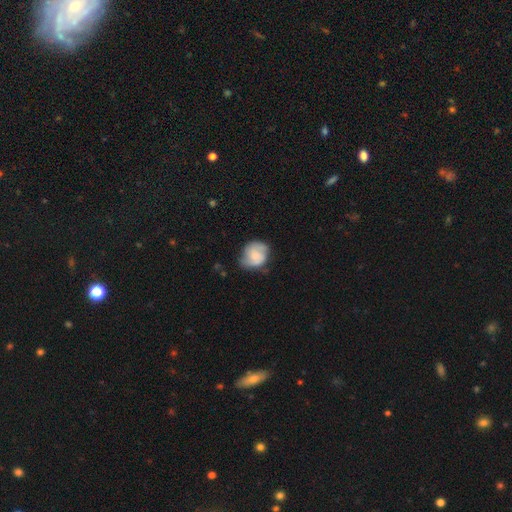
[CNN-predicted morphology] Overall: featured or disk (48%; smooth 45%). Merging: none (59%; minor disturbance 30%).